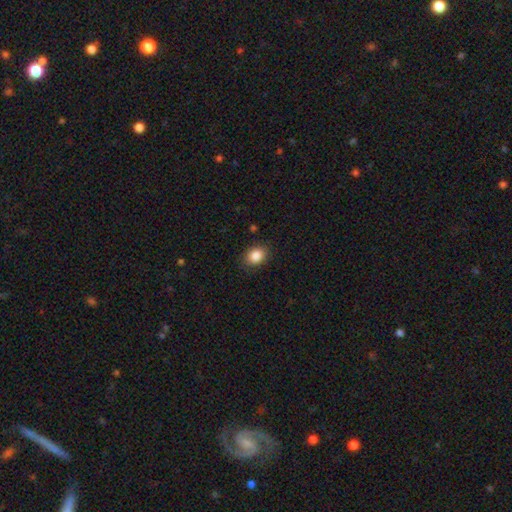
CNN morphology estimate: Smooth or featured?
  - smooth: 87% *
  - star or artifact: 9%
  - featured or disk: 5%
How rounded?
  - in between: 60% *
  - round: 39%
  - cigar-shaped: 1%
Merging?
  - none: 86% *
  - minor disturbance: 10%
  - major disturbance: 3%
  - merger: 1%